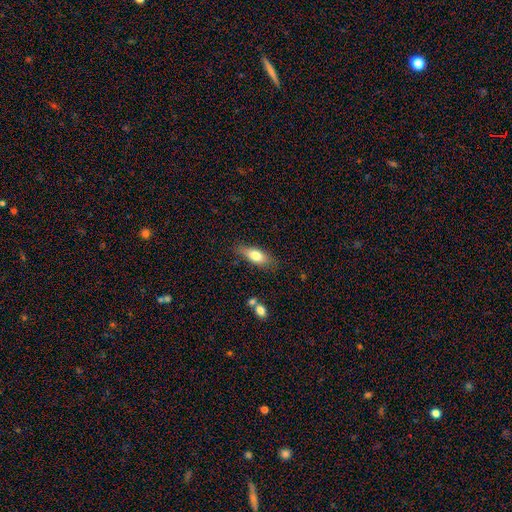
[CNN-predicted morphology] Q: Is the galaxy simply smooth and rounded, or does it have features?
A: smooth — 71%.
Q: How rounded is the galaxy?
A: in between — 67%.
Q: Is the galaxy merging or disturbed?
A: none — 79%.